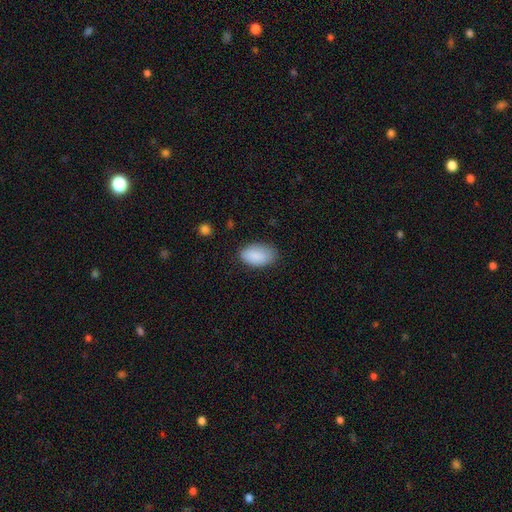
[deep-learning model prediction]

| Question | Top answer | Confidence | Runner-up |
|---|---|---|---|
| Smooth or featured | smooth | 89% | star or artifact (7%) |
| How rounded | in between | 94% | round (4%) |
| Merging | none | 75% | minor disturbance (19%) |